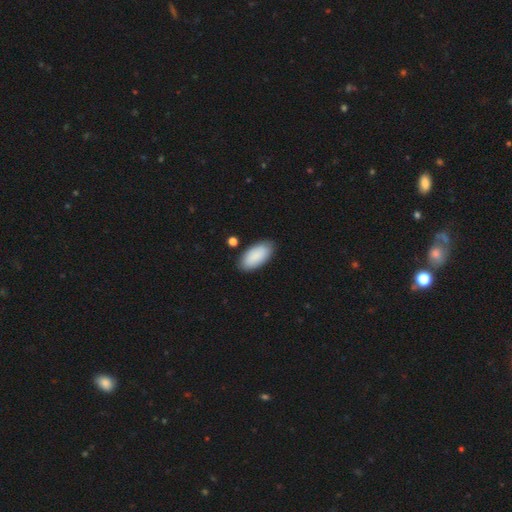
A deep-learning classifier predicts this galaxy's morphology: This is clearly a smooth galaxy (89%). How rounded: clearly in between (93%). Merging: clearly none (84%).